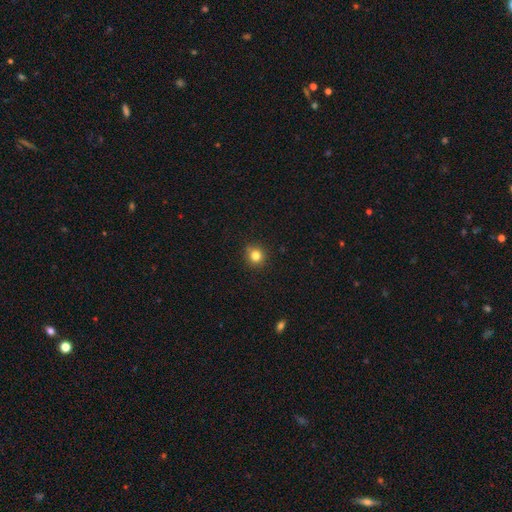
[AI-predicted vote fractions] This appears to be a smooth galaxy with no disk features (82%) that is round (91%). Merging: none (87%).